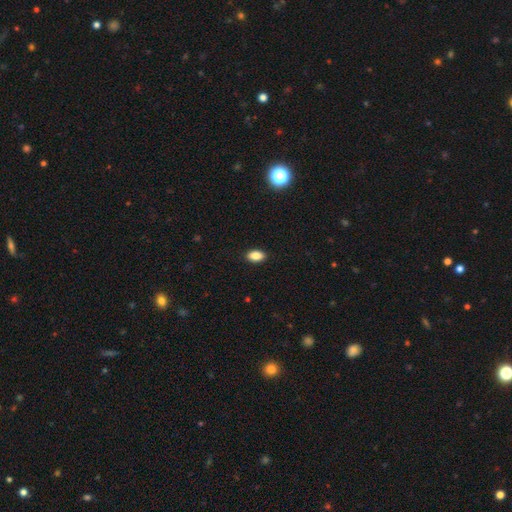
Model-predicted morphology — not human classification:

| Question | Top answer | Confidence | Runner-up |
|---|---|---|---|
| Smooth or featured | smooth | 87% | star or artifact (9%) |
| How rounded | in between | 91% | round (6%) |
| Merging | none | 90% | minor disturbance (7%) |